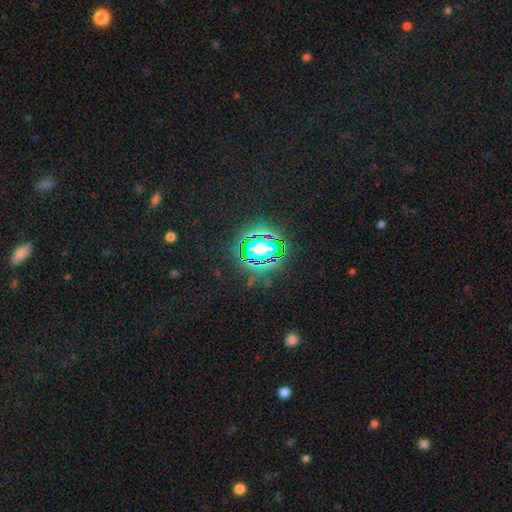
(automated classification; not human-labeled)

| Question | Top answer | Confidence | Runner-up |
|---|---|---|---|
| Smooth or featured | star or artifact | 72% | smooth (17%) |